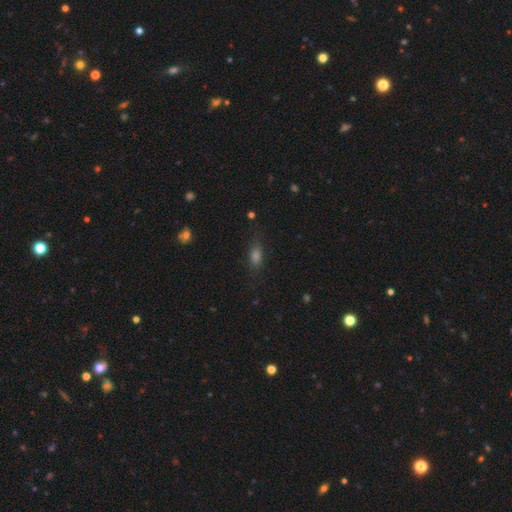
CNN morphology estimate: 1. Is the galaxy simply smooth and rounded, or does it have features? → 66% smooth, 20% star or artifact, 14% featured or disk.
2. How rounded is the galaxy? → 66% in between, 22% cigar-shaped, 12% round.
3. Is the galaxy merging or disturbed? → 77% none, 15% minor disturbance, 6% major disturbance, 2% merger.